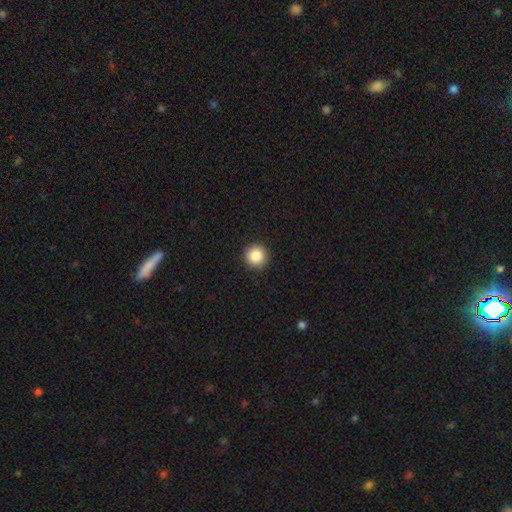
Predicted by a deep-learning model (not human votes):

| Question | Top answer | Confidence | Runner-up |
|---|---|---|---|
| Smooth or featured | smooth | 86% | star or artifact (10%) |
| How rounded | round | 95% | in between (4%) |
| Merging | none | 93% | minor disturbance (5%) |